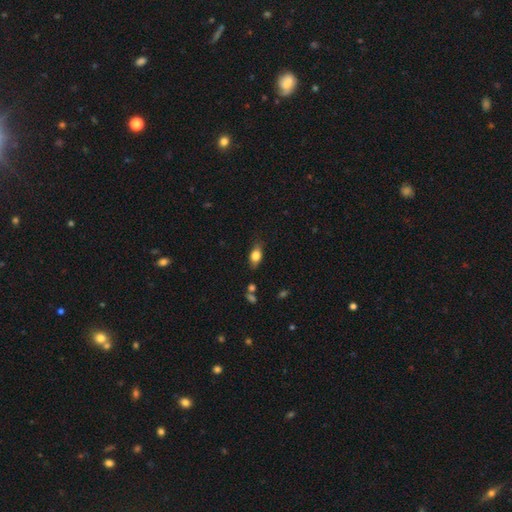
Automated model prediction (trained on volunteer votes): Smooth or featured?
  - smooth: 77% *
  - featured or disk: 15%
  - star or artifact: 8%
How rounded?
  - in between: 81% *
  - round: 11%
  - cigar-shaped: 8%
Merging?
  - none: 74% *
  - minor disturbance: 19%
  - major disturbance: 5%
  - merger: 2%